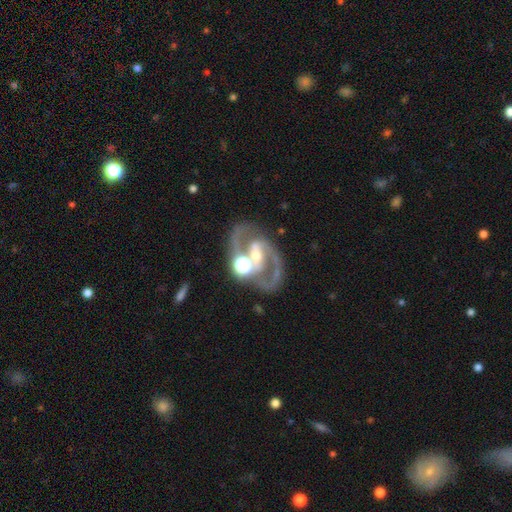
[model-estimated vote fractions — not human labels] Smooth or featured: featured or disk — 85% (star or artifact — 8%)
Edge-on disk: no — 97% (yes — 3%)
Bar: weak — 37% (tied with strong — 37%)
Spiral arms: yes — 92% (no — 8%)
Spiral winding: medium — 60% (tight — 23%)
Spiral arm count: 2 — 90% (can't tell — 3%)
Bulge size: moderate — 54% (small — 33%)
Merging: none — 61% (merger — 17%)